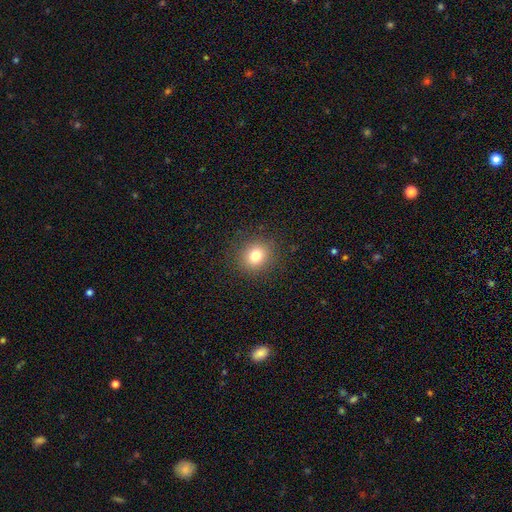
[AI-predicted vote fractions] Morphology: type=smooth (79%); roundness=round (82%); merging=none (89%).